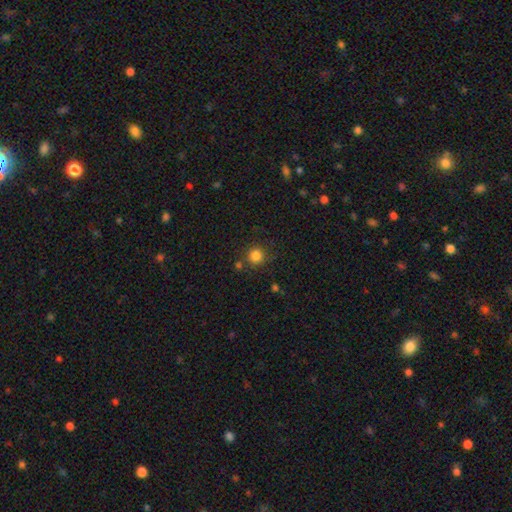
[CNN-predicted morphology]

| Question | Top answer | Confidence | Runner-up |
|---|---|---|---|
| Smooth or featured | smooth | 83% | star or artifact (12%) |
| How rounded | round | 92% | in between (7%) |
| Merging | none | 80% | minor disturbance (10%) |